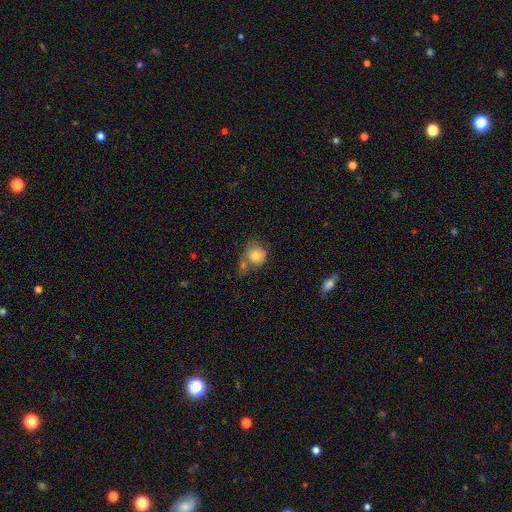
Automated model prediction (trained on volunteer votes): This is likely a smooth galaxy (73%). How rounded: clearly round (83%). Merging: marginally none (43%).